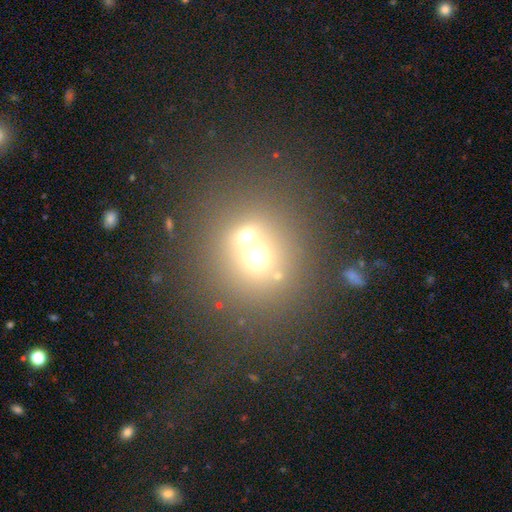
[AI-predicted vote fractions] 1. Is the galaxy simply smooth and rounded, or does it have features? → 57% smooth, 22% star or artifact, 21% featured or disk.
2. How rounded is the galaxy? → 85% round, 14% in between, 1% cigar-shaped.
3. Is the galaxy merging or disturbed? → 46% merger, 41% none, 8% minor disturbance, 5% major disturbance.